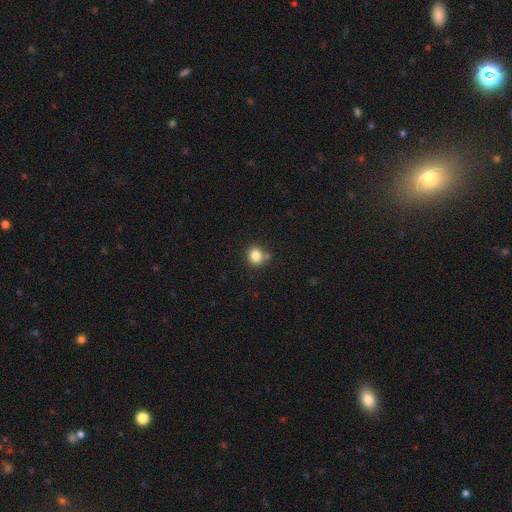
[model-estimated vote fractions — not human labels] Smooth or featured? Predicted: smooth (p=0.83). How rounded? Predicted: round (p=0.78). Merging? Predicted: none (p=0.75).